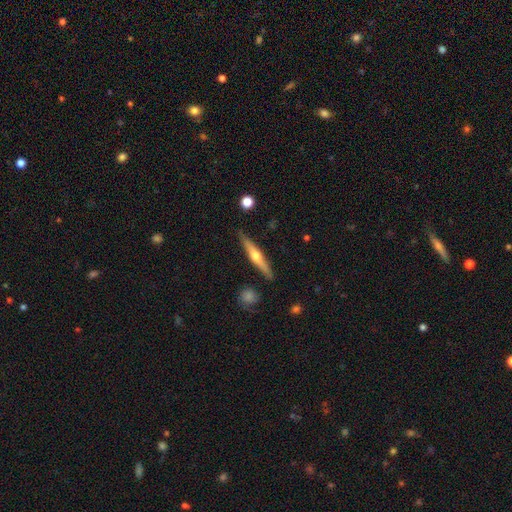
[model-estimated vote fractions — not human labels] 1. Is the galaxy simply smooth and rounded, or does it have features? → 62% featured or disk, 33% smooth, 6% star or artifact.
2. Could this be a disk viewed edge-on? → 96% yes, 4% no.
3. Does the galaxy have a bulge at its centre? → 91% rounded, 6% none, 3% boxy.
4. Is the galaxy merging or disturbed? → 88% none, 9% minor disturbance, 2% merger, 2% major disturbance.